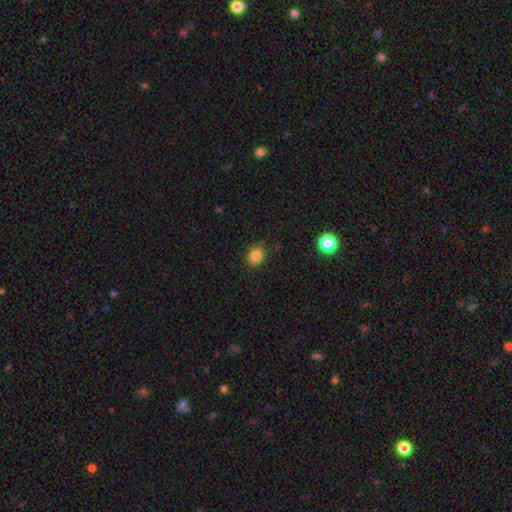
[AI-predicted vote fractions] The model was most divided on "how rounded": round: 64%, in between: 35%, cigar-shaped: 1%. More confident: merging — none (88%); smooth or featured — smooth (84%).